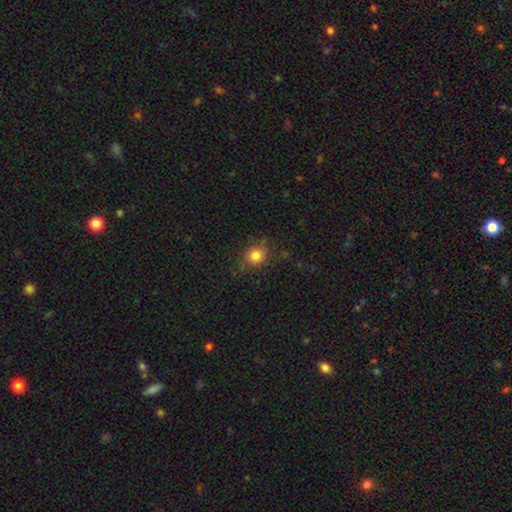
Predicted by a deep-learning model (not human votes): The model was most divided on "merging": none: 79%, minor disturbance: 14%, major disturbance: 5%, merger: 2%. More confident: how rounded — round (84%); smooth or featured — smooth (81%).